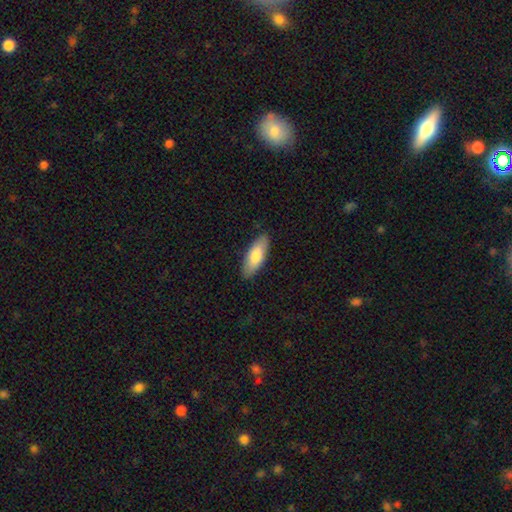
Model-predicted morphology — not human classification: type=smooth (78%); roundness=in between (70%); merging=none (88%).